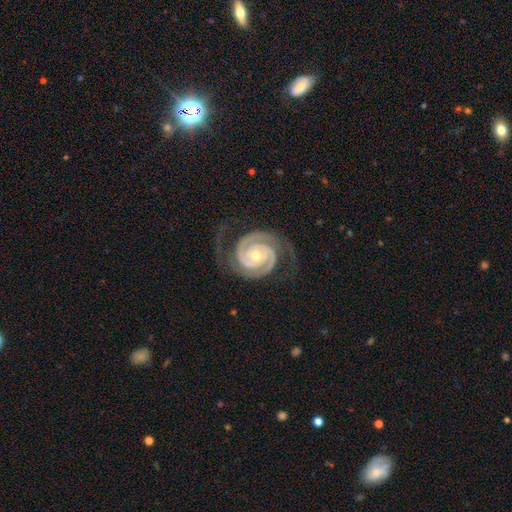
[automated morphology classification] A featured or disk galaxy (94%) with no bar (67%), 2 (89%) tight (78%) spiral arms (99%) and a small central bulge (49%). Merging: none (77%).